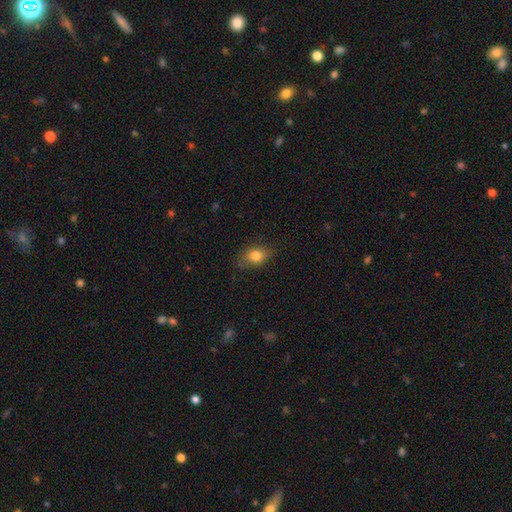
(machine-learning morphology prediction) This is likely a smooth galaxy (79%). How rounded: likely in between (74%). Merging: likely none (76%).